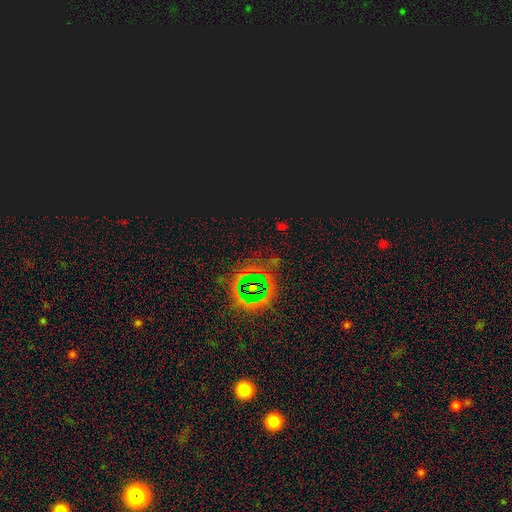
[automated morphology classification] Smooth or featured? star or artifact (68%)